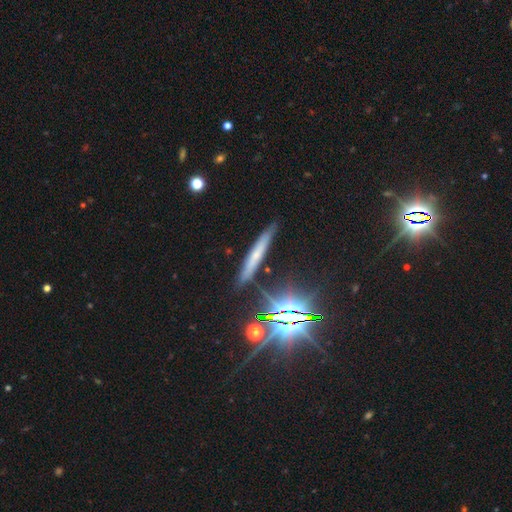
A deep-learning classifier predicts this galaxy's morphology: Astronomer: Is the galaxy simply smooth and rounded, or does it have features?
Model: smooth — 45% (runner-up: featured or disk, 35%).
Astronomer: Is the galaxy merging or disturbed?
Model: none — 84%.